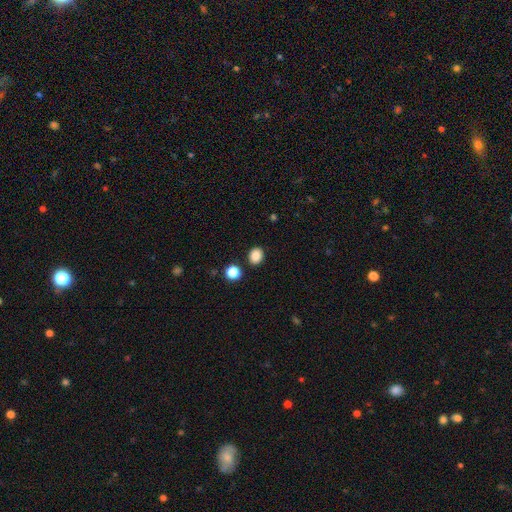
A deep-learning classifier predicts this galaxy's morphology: A smooth galaxy with no disk features (87%) that is round (56%). Merging: none (87%).